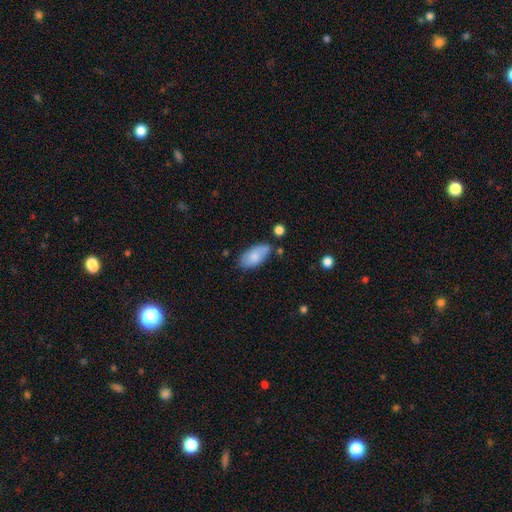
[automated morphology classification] Q: Smooth or featured?
A: smooth (80%); runner-up: featured or disk (14%)
Q: How rounded?
A: in between (92%); runner-up: cigar-shaped (5%)
Q: Merging?
A: none (67%); runner-up: minor disturbance (23%)